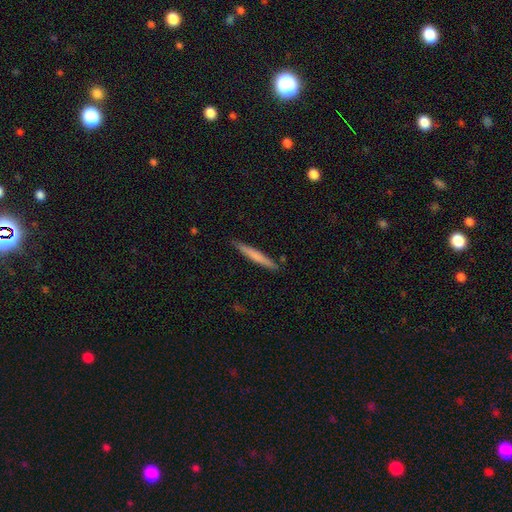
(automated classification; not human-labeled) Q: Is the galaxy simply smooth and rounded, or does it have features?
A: smooth — 66%.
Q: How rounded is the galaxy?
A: cigar-shaped — 96%.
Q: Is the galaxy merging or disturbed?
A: none — 88%.